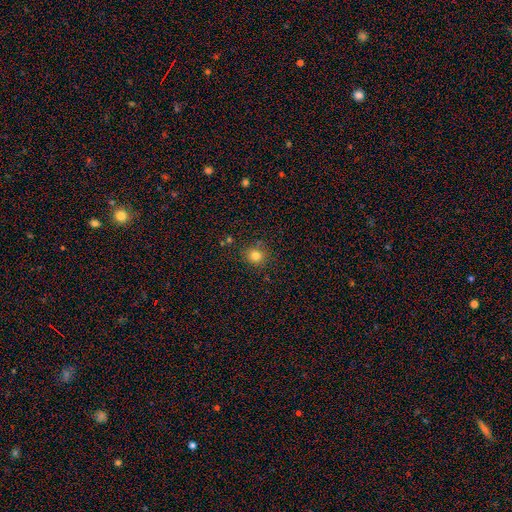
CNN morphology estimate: Smooth or featured? smooth (79%)
How rounded? round (85%)
Merging? none (84%)